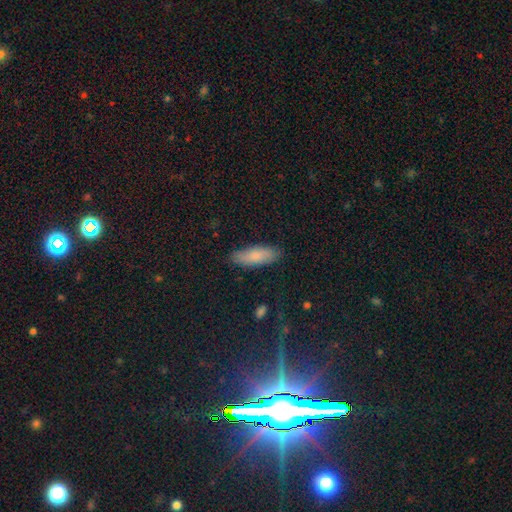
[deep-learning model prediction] Smooth or featured: smooth — 81% (featured or disk — 12%)
How rounded: in between — 56% (cigar-shaped — 42%)
Merging: none — 86% (minor disturbance — 11%)